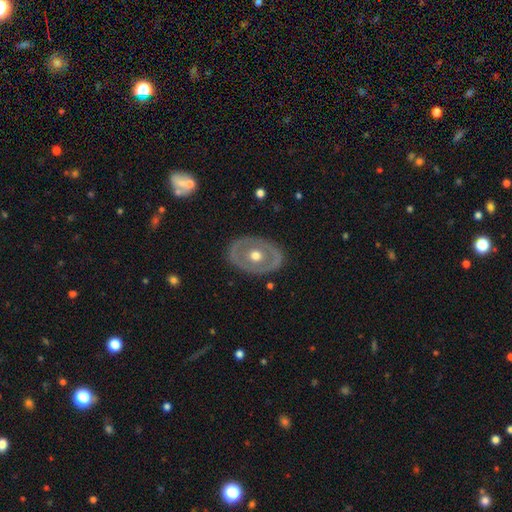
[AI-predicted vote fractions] Smooth or featured? Predicted: featured or disk (p=0.62). Edge-on disk? Predicted: no (p=0.91). Bar? Predicted: no (p=0.89). Spiral arms? Predicted: no (p=0.88). Bulge size? Predicted: moderate (p=0.78). Merging? Predicted: none (p=0.83).